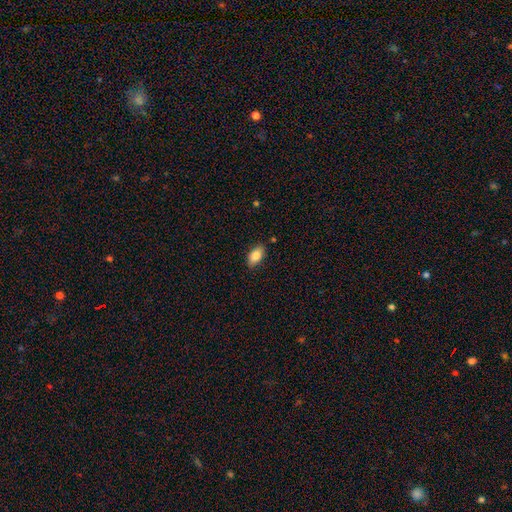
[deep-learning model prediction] Overall: smooth (82%). How rounded: in between (91%). Merging: none (86%).